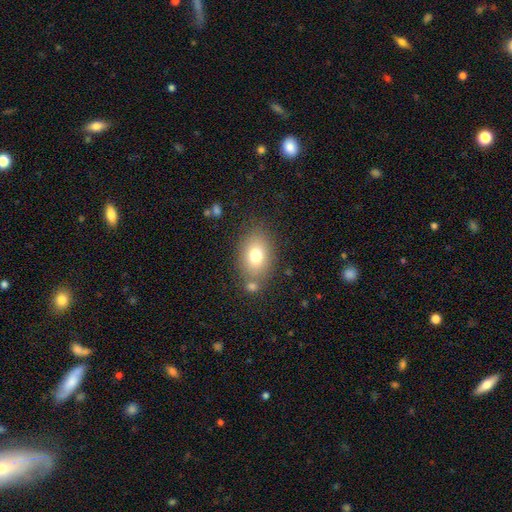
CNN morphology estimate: Smooth or featured: smooth — 75% (featured or disk — 15%)
How rounded: in between — 79% (round — 20%)
Merging: none — 70% (minor disturbance — 14%)